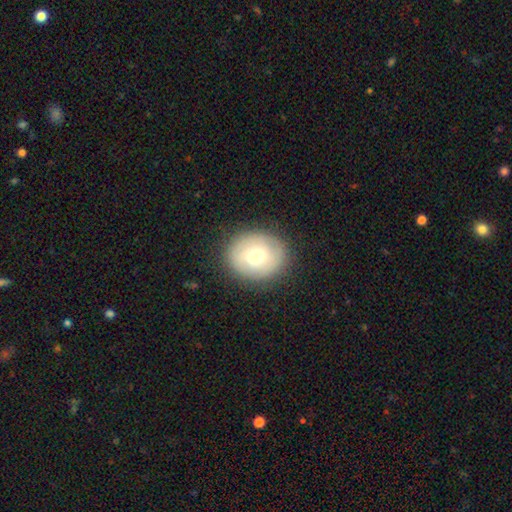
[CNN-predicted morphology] Smooth or featured? smooth (58%)
How rounded? round (63%)
Merging? none (86%)